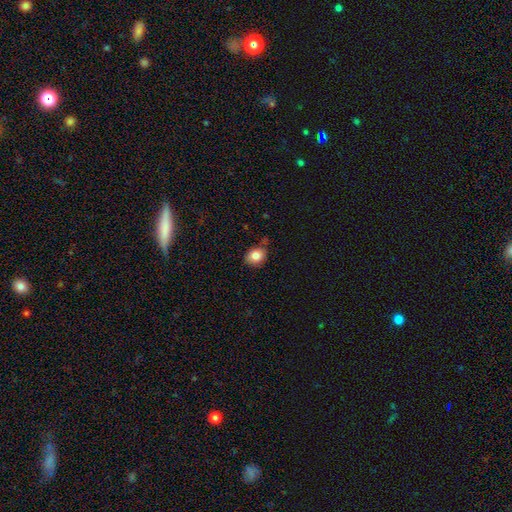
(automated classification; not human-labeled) A smooth galaxy with no disk features (83%) that is round (63%).

Vote fractions:
- Smooth or featured? smooth: 83% / star or artifact: 9% / featured or disk: 8%
- How rounded? round: 63% / in between: 36% / cigar-shaped: 1%
- Merging? none: 71% / minor disturbance: 20% / merger: 4% / major disturbance: 4%